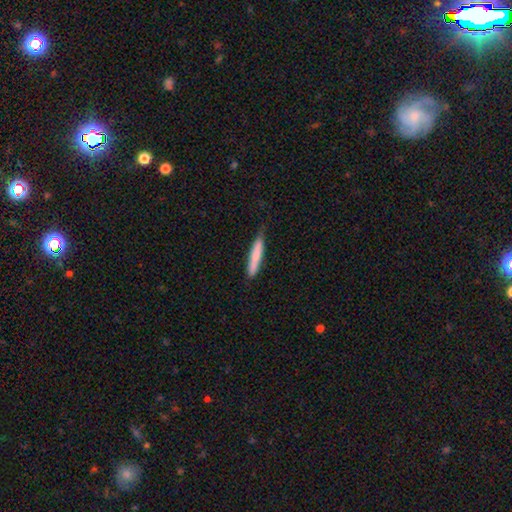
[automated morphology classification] Q: Smooth or featured?
A: smooth (78%); runner-up: featured or disk (17%)
Q: How rounded?
A: cigar-shaped (93%); runner-up: in between (6%)
Q: Merging?
A: none (75%); runner-up: minor disturbance (21%)